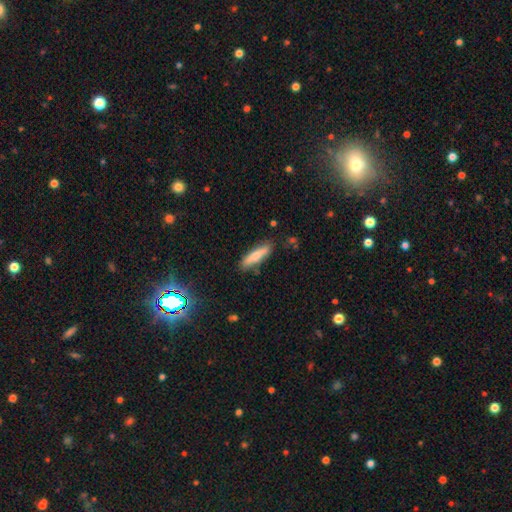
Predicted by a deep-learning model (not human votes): This appears to be a smooth galaxy with no disk features (65%) that is cigar-shaped (74%). Merging: none (81%).